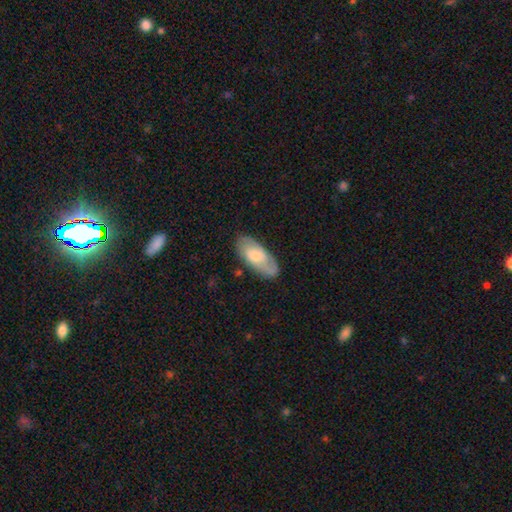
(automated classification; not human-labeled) This appears to be a smooth galaxy with no disk features (53%) that is in between round and cigar-shaped (88%). Merging: none (78%).